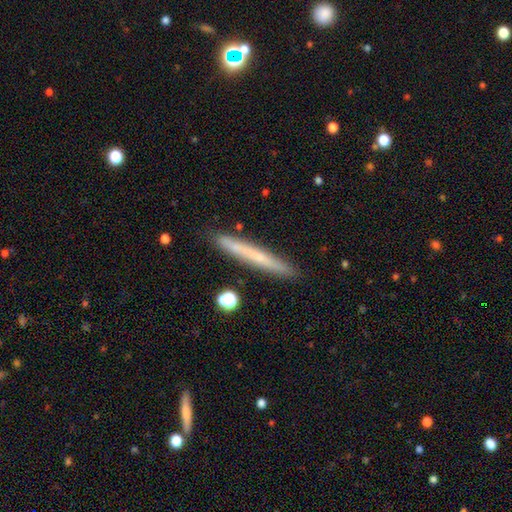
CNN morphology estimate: Smooth or featured?
  - smooth: 55% *
  - featured or disk: 38%
  - star or artifact: 7%
How rounded?
  - cigar-shaped: 96% *
  - in between: 2%
  - round: 1%
Merging?
  - none: 88% *
  - minor disturbance: 8%
  - merger: 2%
  - major disturbance: 2%